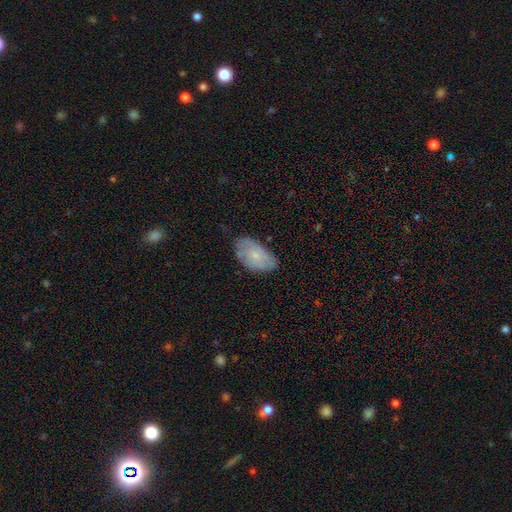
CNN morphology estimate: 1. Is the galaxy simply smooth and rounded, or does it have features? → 58% smooth, 35% featured or disk, 7% star or artifact.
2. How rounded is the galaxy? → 93% in between, 6% round, 2% cigar-shaped.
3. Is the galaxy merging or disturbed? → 66% none, 27% minor disturbance, 6% major disturbance, 1% merger.